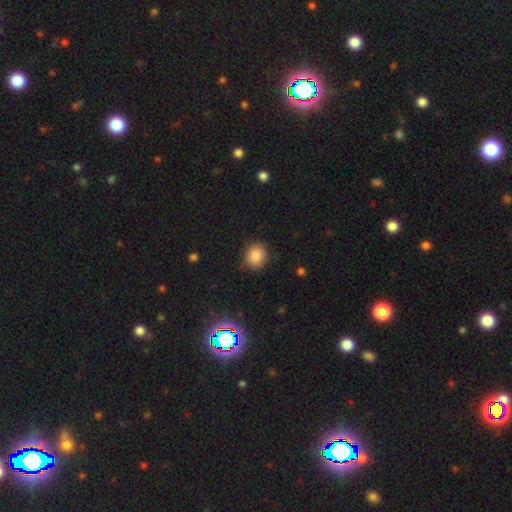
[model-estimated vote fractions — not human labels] Smooth or featured? smooth (86%)
How rounded? round (69%)
Merging? none (83%)